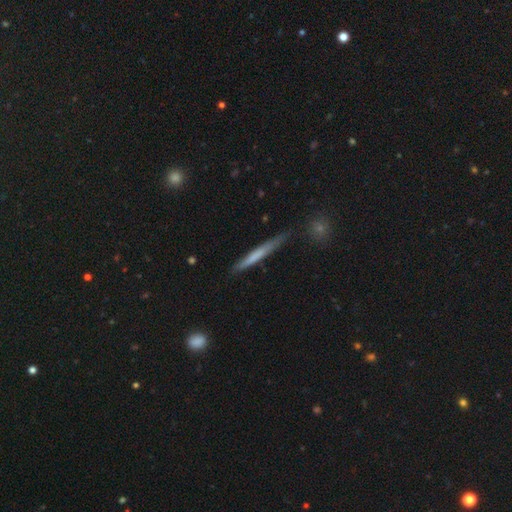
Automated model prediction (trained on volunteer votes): Smooth or featured? Predicted: smooth (p=0.59). How rounded? Predicted: cigar-shaped (p=0.96). Merging? Predicted: none (p=0.77).